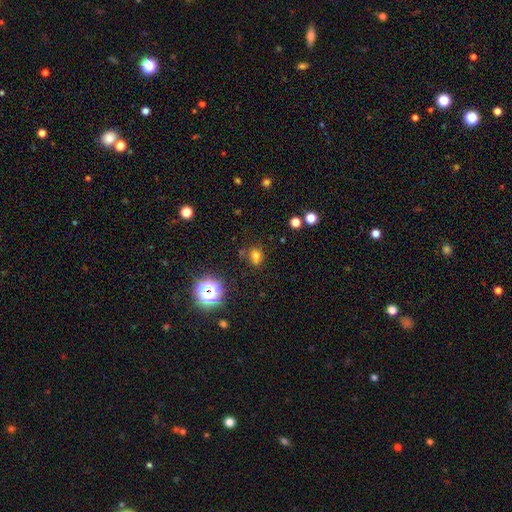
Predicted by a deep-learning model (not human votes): A smooth galaxy with no disk features (65%) that is round (71%).

Vote fractions:
- Smooth or featured? smooth: 65% / star or artifact: 25% / featured or disk: 10%
- How rounded? round: 71% / in between: 28% / cigar-shaped: 1%
- Merging? none: 63% / merger: 16% / minor disturbance: 15% / major disturbance: 5%